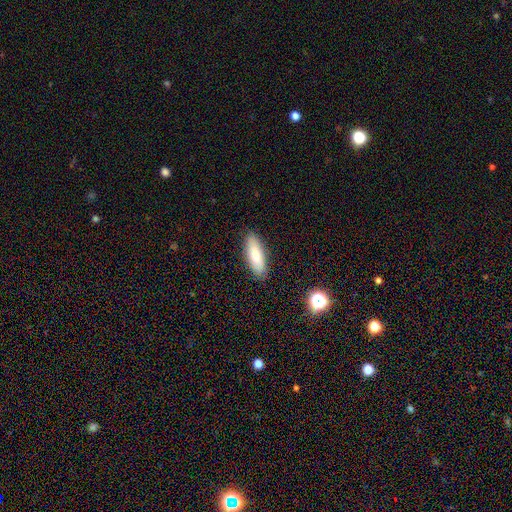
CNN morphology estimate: smooth_or_featured: smooth (p=0.80) [alt: featured or disk p=0.14]
how_rounded: in between (p=0.59) [alt: cigar-shaped p=0.39]
merging: none (p=0.88) [alt: minor disturbance p=0.09]